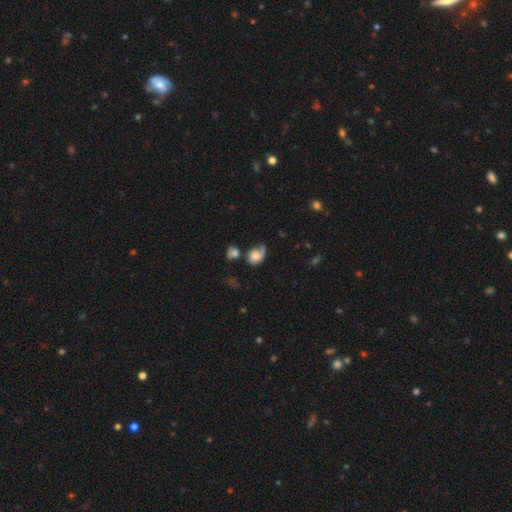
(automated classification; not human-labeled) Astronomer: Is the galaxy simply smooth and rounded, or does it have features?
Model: smooth — 55% (runner-up: featured or disk, 35%).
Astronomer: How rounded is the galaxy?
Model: in between — 52% (runner-up: round, 46%).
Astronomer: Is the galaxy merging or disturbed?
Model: none — 31% (runner-up: major disturbance, 30%).